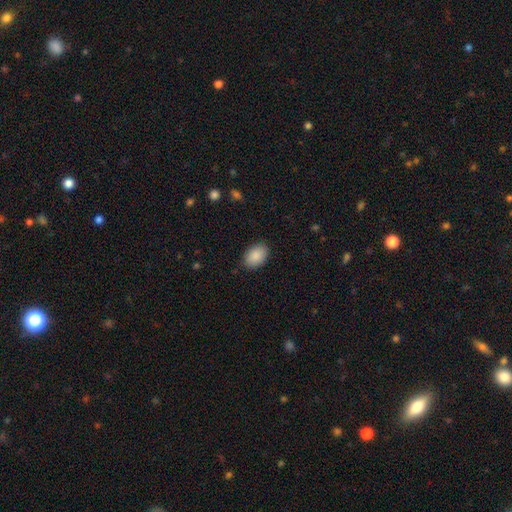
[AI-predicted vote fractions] Smooth or featured? Predicted: smooth (p=0.89). How rounded? Predicted: in between (p=0.87). Merging? Predicted: none (p=0.87).